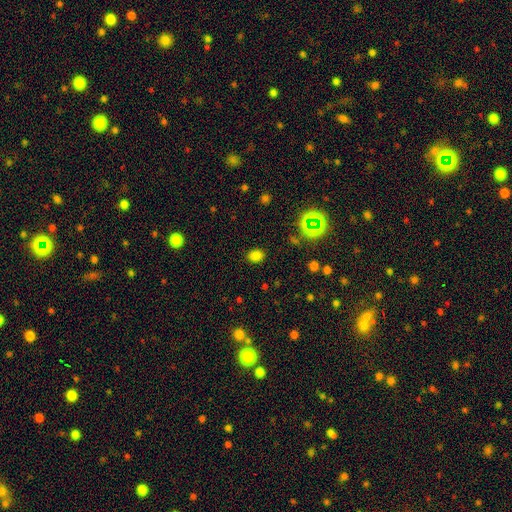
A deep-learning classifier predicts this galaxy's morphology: Overall: smooth (74%). How rounded: in between (62%; round 37%). Merging: none (86%).